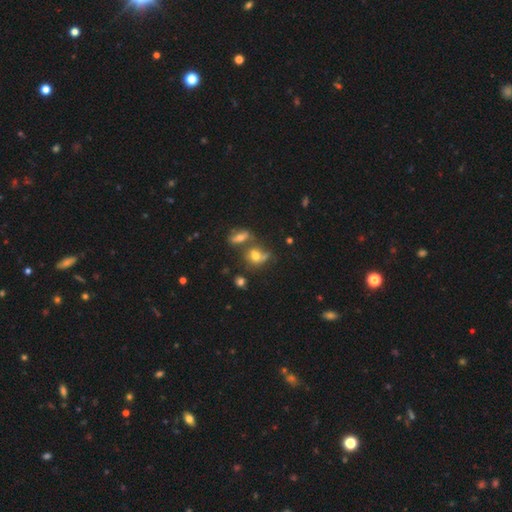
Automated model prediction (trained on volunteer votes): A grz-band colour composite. It shows a smooth galaxy with no disk features (62%) that is round (54%). Merging: none (39%).